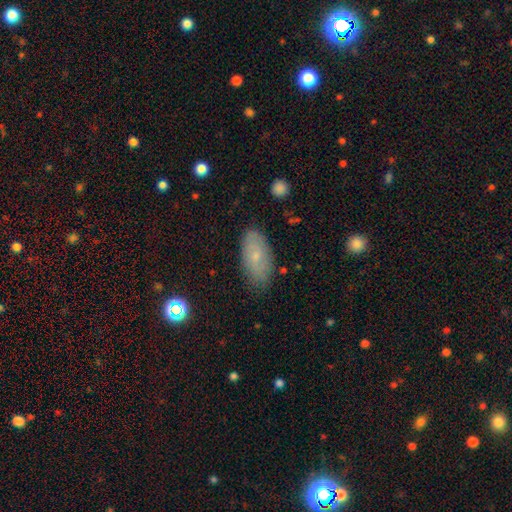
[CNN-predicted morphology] Overall: smooth (68%). How rounded: in between (91%). Merging: none (80%).